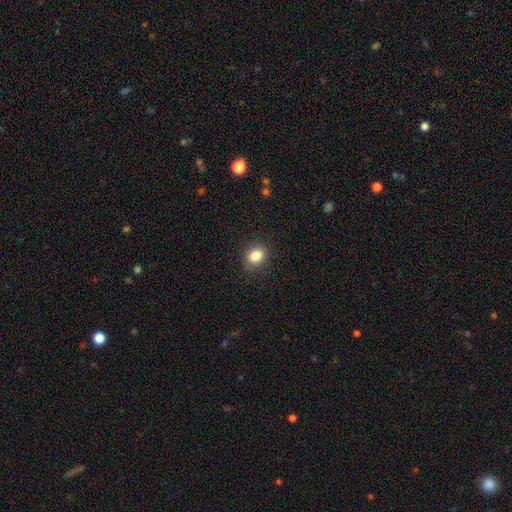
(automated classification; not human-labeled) This appears to be a smooth galaxy with no disk features (85%) that is in between round and cigar-shaped (51%). Merging: none (86%).